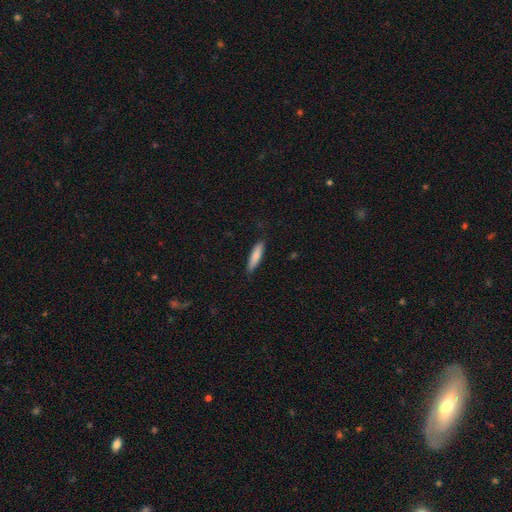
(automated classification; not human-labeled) Overall: smooth (81%). How rounded: cigar-shaped (81%). Merging: none (86%).